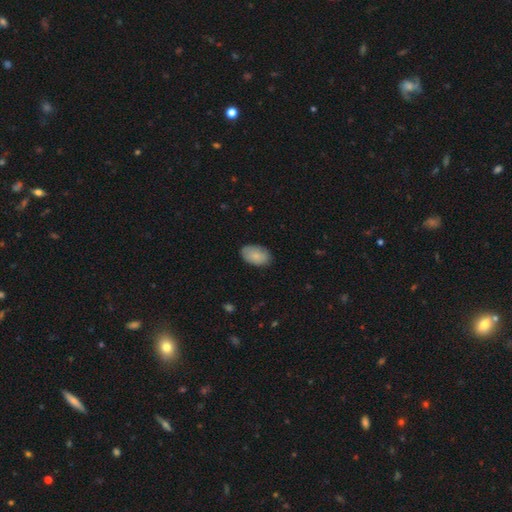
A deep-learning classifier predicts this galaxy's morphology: smooth-or-featured: smooth: 84% | featured or disk: 10% | star or artifact: 6%
  how-rounded: in between: 92% | round: 7% | cigar-shaped: 1%
  merging: none: 82% | minor disturbance: 15% | major disturbance: 3% | merger: 1%